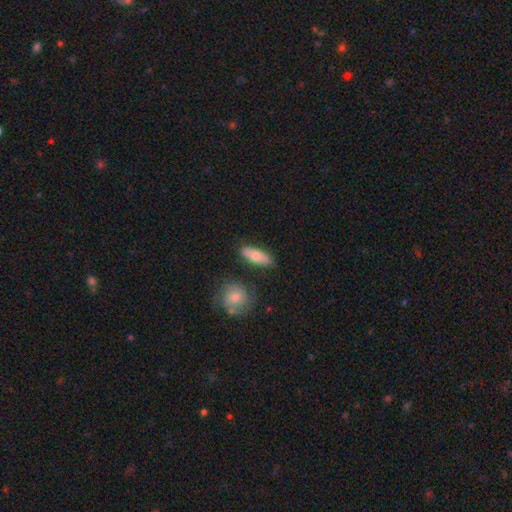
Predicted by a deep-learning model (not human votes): This appears to be a smooth galaxy with no disk features (67%) that is in between round and cigar-shaped (65%). Merging: none (81%).